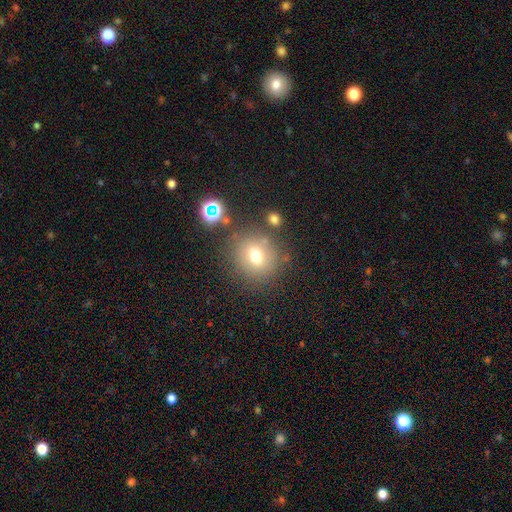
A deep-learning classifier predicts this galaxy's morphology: smooth_or_featured: smooth (p=0.71) [alt: star or artifact p=0.16]
how_rounded: round (p=0.81) [alt: in between p=0.18]
merging: none (p=0.76) [alt: minor disturbance p=0.12]